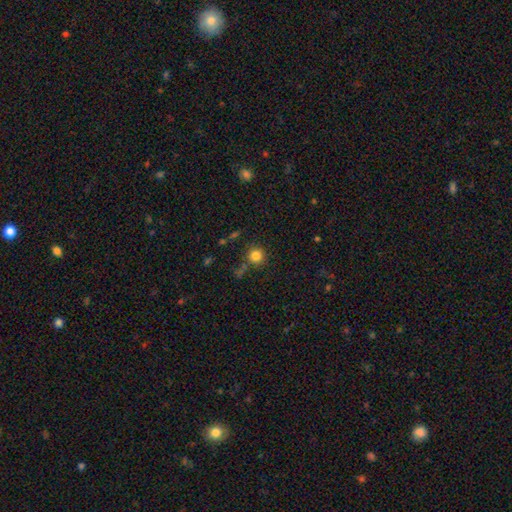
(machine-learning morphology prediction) type=smooth (83%); roundness=round (94%); merging=none (80%).